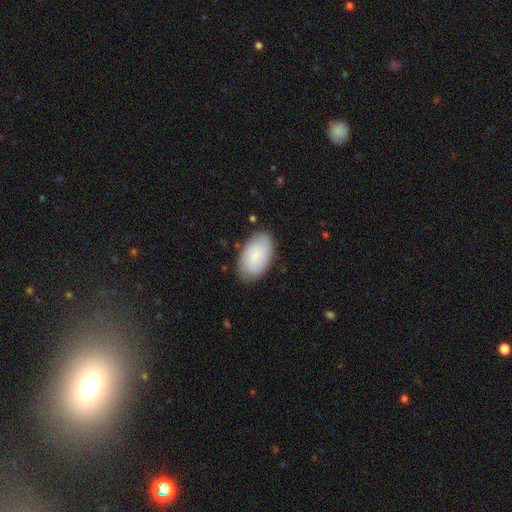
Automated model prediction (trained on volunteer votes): A smooth galaxy with no disk features (72%) that is in between round and cigar-shaped (95%). Merging: none (80%).